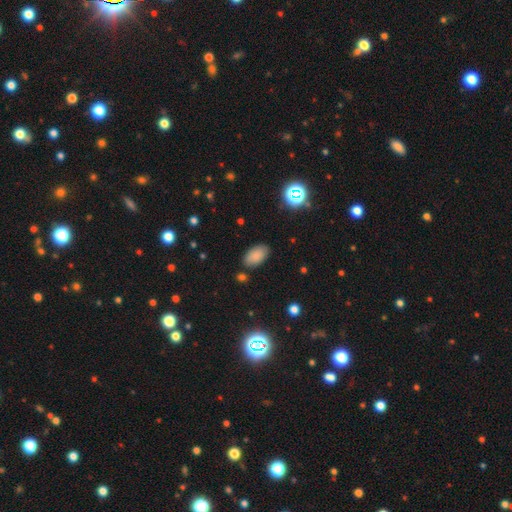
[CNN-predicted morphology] Smooth or featured?
  - smooth: 84% *
  - star or artifact: 10%
  - featured or disk: 6%
How rounded?
  - in between: 94% *
  - round: 4%
  - cigar-shaped: 2%
Merging?
  - none: 84% *
  - minor disturbance: 11%
  - major disturbance: 3%
  - merger: 2%